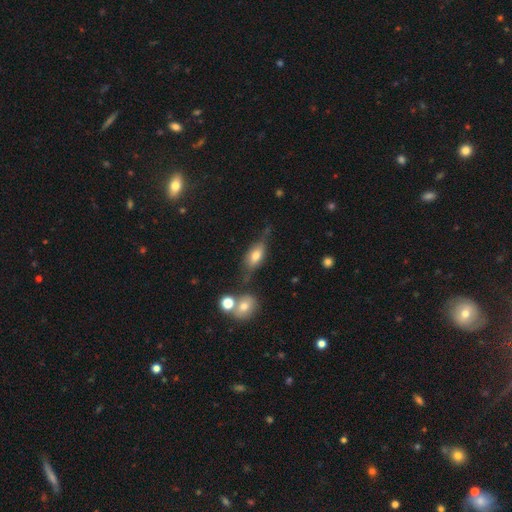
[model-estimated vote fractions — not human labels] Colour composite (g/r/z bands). It shows a smooth galaxy with no disk features (67%) that is in between round and cigar-shaped (80%). Merging: none (56%).